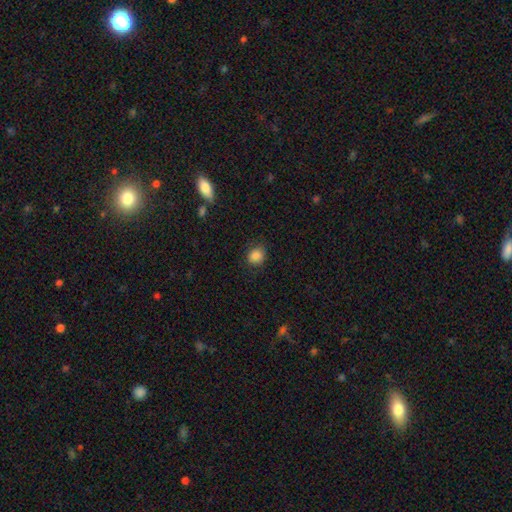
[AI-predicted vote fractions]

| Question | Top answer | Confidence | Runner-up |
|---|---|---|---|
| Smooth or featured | smooth | 86% | star or artifact (10%) |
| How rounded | round | 73% | in between (26%) |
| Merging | none | 81% | minor disturbance (14%) |